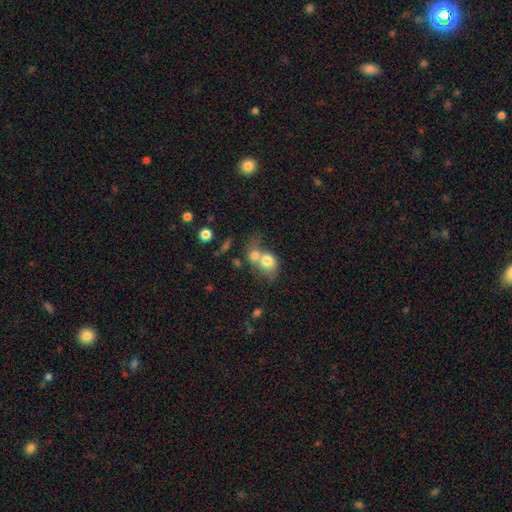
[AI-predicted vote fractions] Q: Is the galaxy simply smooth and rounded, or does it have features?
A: smooth — 65%.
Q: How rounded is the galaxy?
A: round — 56%.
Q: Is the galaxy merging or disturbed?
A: merger — 62%.